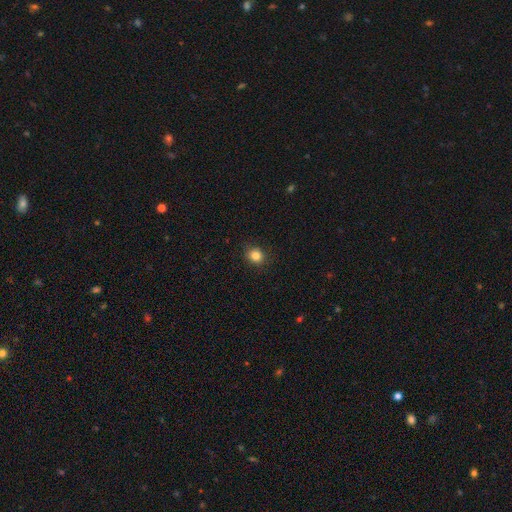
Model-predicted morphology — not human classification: Smooth or featured? smooth (84%)
How rounded? round (81%)
Merging? none (89%)